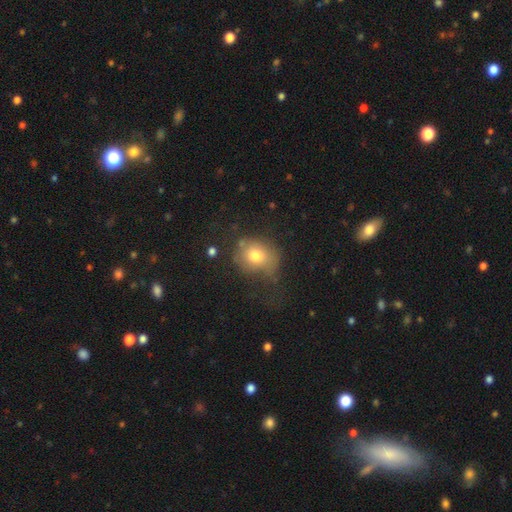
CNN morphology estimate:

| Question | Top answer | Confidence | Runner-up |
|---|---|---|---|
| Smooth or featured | smooth | 71% | featured or disk (17%) |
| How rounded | round | 60% | in between (39%) |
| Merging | none | 46% | minor disturbance (29%) |